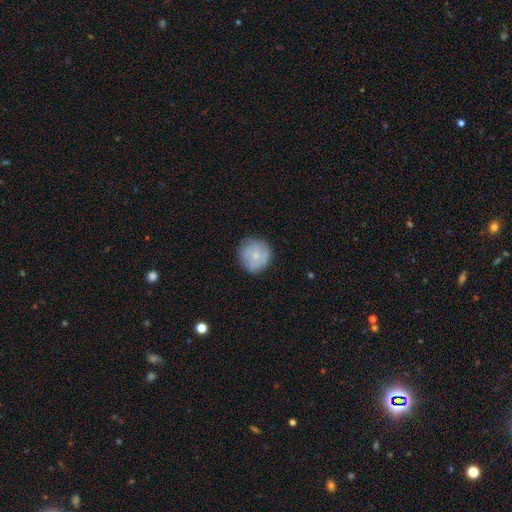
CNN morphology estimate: A smooth galaxy with no disk features (67%) that is round (92%).

Vote fractions:
- Smooth or featured? smooth: 67% / featured or disk: 25% / star or artifact: 7%
- How rounded? round: 92% / in between: 7% / cigar-shaped: 1%
- Merging? none: 80% / minor disturbance: 15% / major disturbance: 4% / merger: 1%